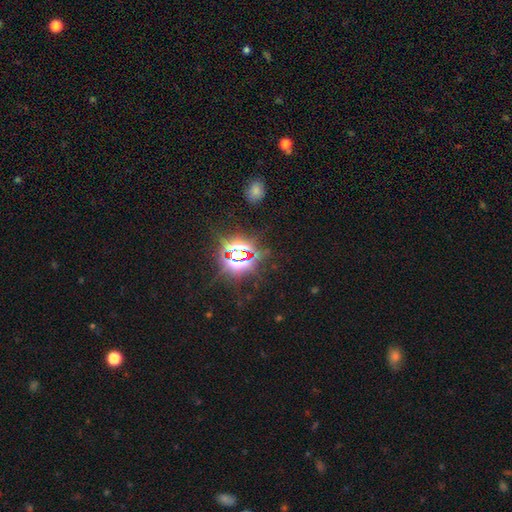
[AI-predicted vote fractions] smooth_or_featured: star or artifact (p=0.81) [alt: smooth p=0.12]